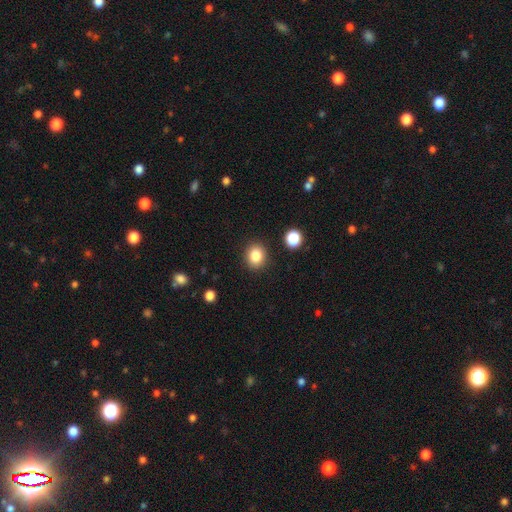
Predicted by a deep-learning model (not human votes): This is clearly a smooth galaxy (84%). How rounded: likely round (68%). Merging: clearly none (89%).